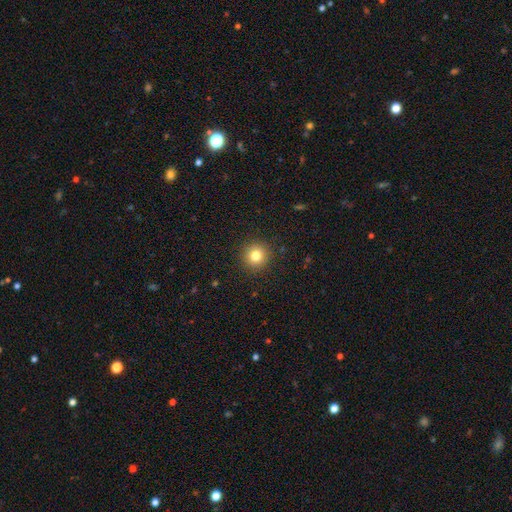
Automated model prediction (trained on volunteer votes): A smooth galaxy with no disk features (80%) that is round (94%). Merging: none (92%).